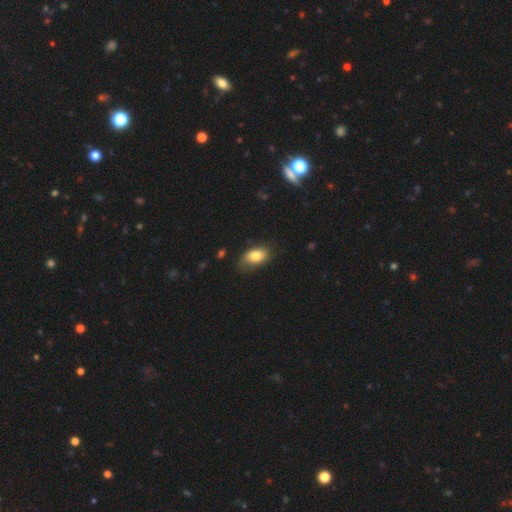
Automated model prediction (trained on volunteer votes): Morphology: type=smooth (81%); roundness=in between (89%); merging=none (66%).